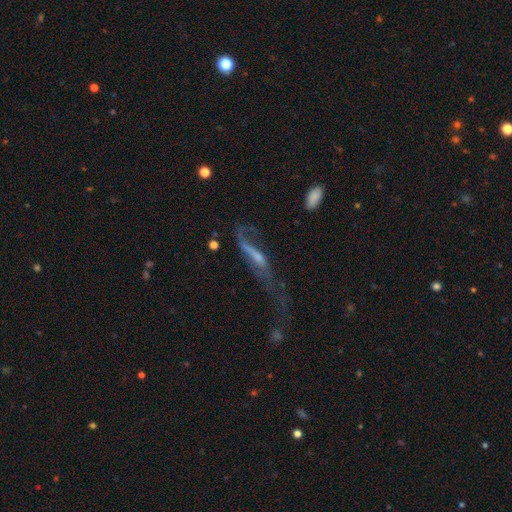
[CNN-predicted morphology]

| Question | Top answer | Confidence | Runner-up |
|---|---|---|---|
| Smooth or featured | featured or disk | 59% | smooth (30%) |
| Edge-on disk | no | 60% | yes (40%) |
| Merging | major disturbance | 57% | none (20%) |